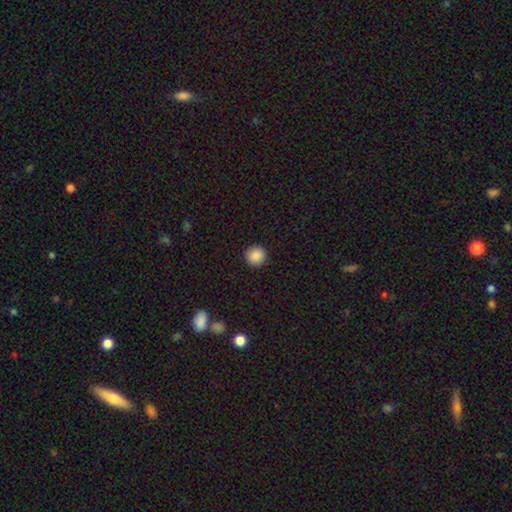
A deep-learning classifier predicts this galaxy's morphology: smooth-or-featured: smooth: 88% | star or artifact: 9% | featured or disk: 3%
  how-rounded: round: 95% | in between: 4% | cigar-shaped: 1%
  merging: none: 93% | minor disturbance: 4% | major disturbance: 2% | merger: 1%